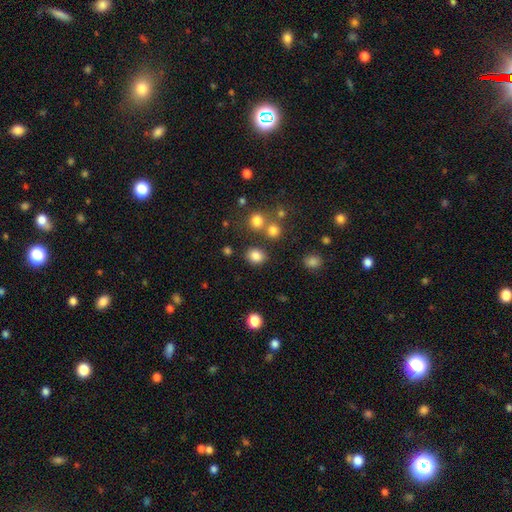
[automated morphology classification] Overall: smooth (82%). How rounded: round (60%; in between 39%). Merging: none (79%).